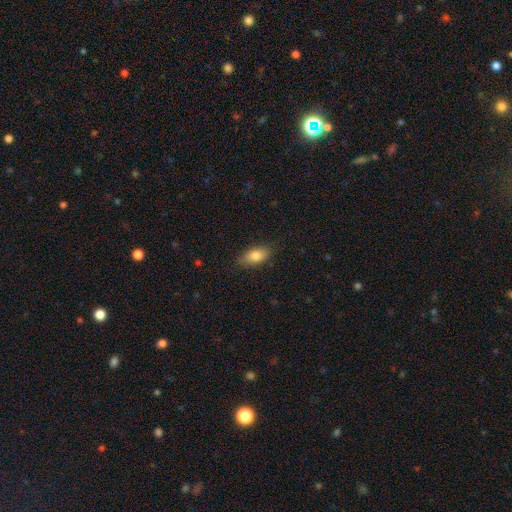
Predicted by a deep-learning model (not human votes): smooth_or_featured: smooth (p=0.82) [alt: featured or disk p=0.11]
how_rounded: in between (p=0.88) [alt: cigar-shaped p=0.07]
merging: none (p=0.81) [alt: minor disturbance p=0.15]